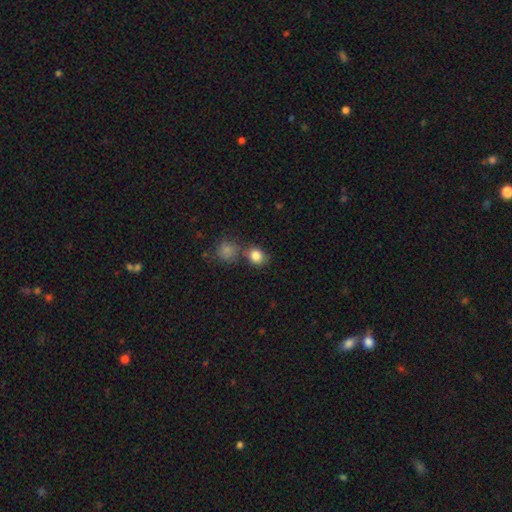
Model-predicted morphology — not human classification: smooth-or-featured: smooth: 83% | star or artifact: 10% | featured or disk: 7%
  how-rounded: round: 65% | in between: 34% | cigar-shaped: 1%
  merging: none: 60% | merger: 23% | minor disturbance: 12% | major disturbance: 4%